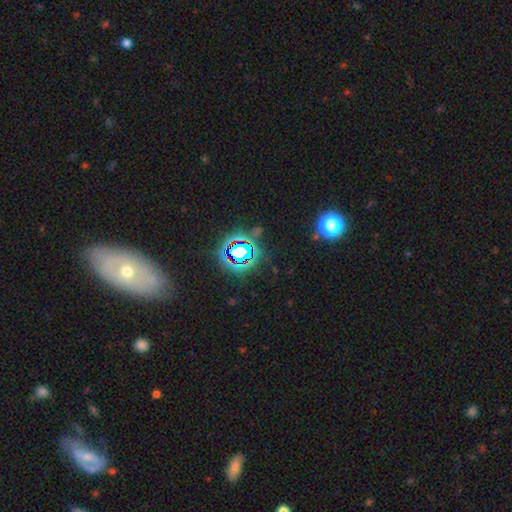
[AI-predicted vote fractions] Smooth or featured: star or artifact — 58% (smooth — 24%)